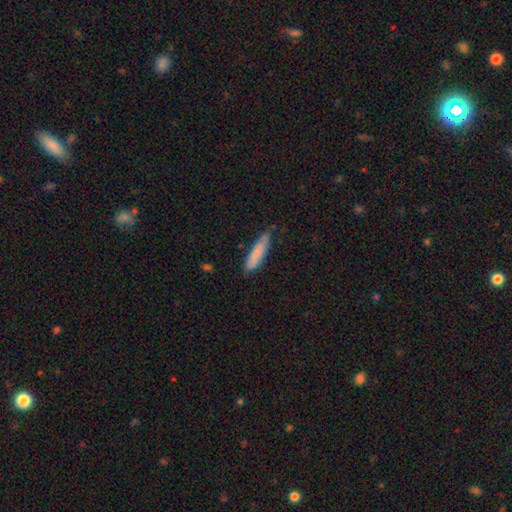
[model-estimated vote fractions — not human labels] Morphology: type=smooth (82%); roundness=cigar-shaped (79%); merging=none (69%).